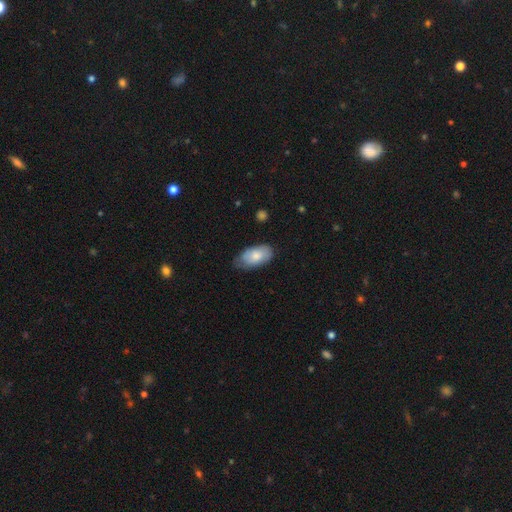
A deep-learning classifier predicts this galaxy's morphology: smooth_or_featured: smooth (p=0.77) [alt: featured or disk p=0.17]
how_rounded: in between (p=0.94) [alt: round p=0.03]
merging: none (p=0.62) [alt: minor disturbance p=0.31]